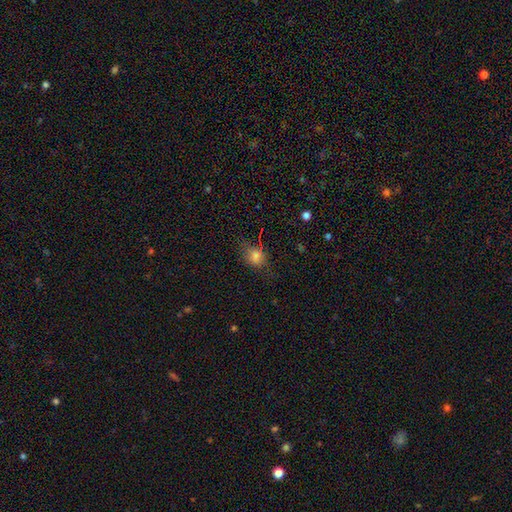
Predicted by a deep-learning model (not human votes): A smooth galaxy with no disk features (71%) that is in between round and cigar-shaped (65%). Merging: none (66%).